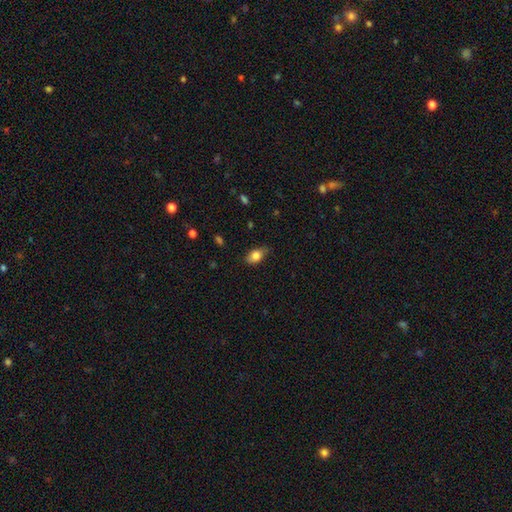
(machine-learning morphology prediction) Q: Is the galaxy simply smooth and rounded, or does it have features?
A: smooth — 81%.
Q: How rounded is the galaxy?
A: in between — 87%.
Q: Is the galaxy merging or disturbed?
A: none — 75%.